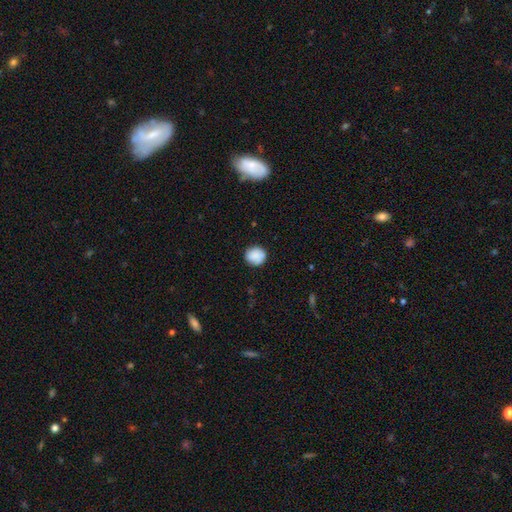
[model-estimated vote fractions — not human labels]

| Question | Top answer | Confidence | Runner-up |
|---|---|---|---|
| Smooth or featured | smooth | 86% | star or artifact (8%) |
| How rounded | round | 88% | in between (11%) |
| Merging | none | 83% | minor disturbance (13%) |